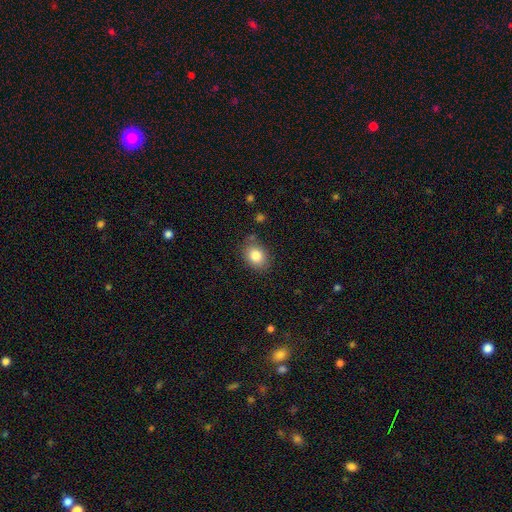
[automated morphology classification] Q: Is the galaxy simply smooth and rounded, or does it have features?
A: smooth — 84%.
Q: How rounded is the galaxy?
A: in between — 58%.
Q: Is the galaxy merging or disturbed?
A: none — 80%.